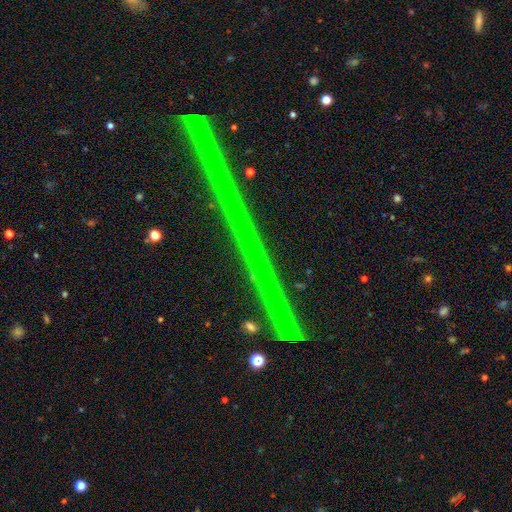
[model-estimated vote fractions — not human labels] This is likely a star or artifact rather than a galaxy (61%).